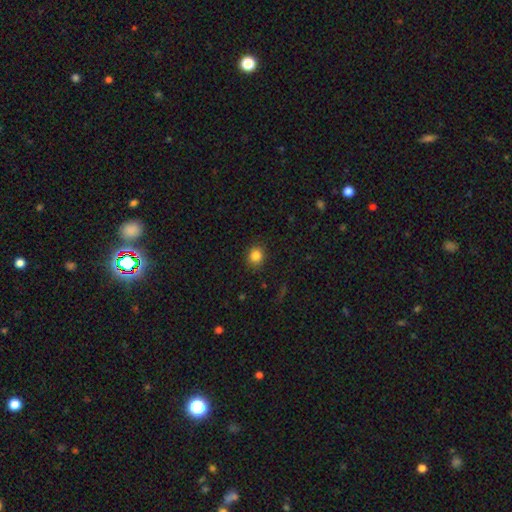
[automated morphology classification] Smooth or featured? Predicted: smooth (p=0.84). How rounded? Predicted: round (p=0.80). Merging? Predicted: none (p=0.89).